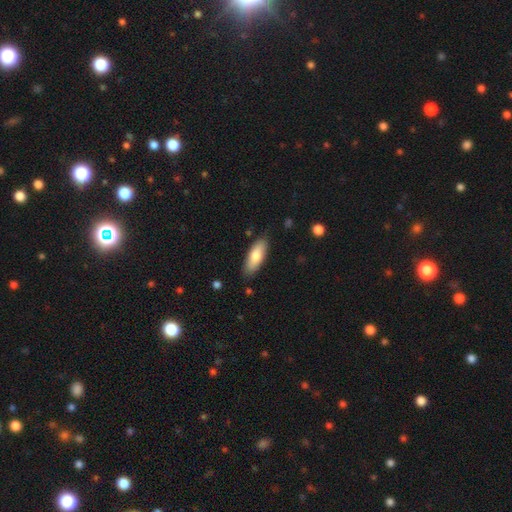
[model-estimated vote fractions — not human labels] Smooth or featured?
  - smooth: 77% *
  - featured or disk: 18%
  - star or artifact: 6%
How rounded?
  - in between: 70% *
  - cigar-shaped: 28%
  - round: 2%
Merging?
  - none: 84% *
  - minor disturbance: 12%
  - major disturbance: 2%
  - merger: 1%